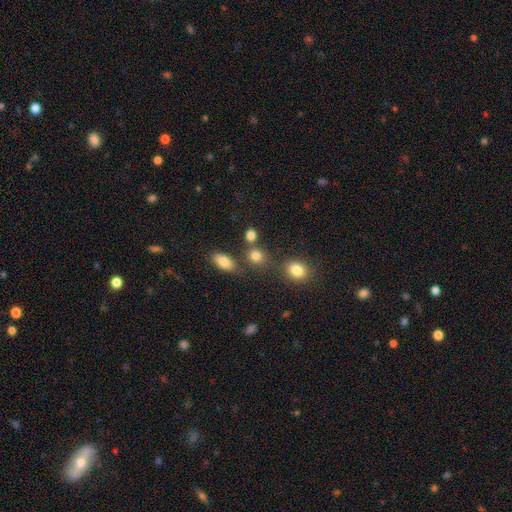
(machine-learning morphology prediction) The model was most divided on "how rounded": round: 71%, in between: 28%, cigar-shaped: 1%. More confident: smooth or featured — smooth (81%); merging — none (66%).